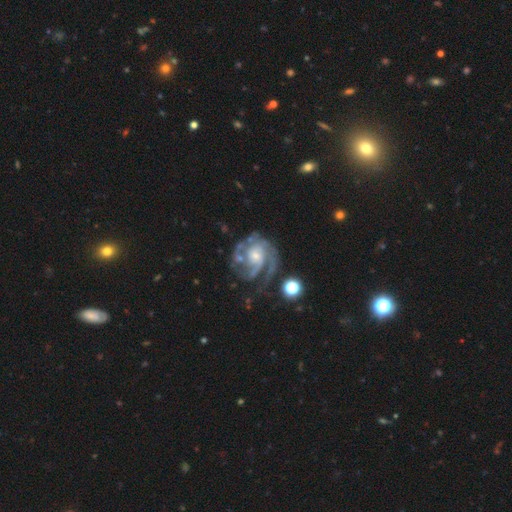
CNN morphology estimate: Smooth or featured? featured or disk (89%)
Edge-on disk? no (98%)
Bar? no (67%)
Spiral arms? yes (97%)
Spiral winding? tight (48%)
Spiral arm count? 2 (32%)
Bulge size? small (61%)
Merging? none (55%)